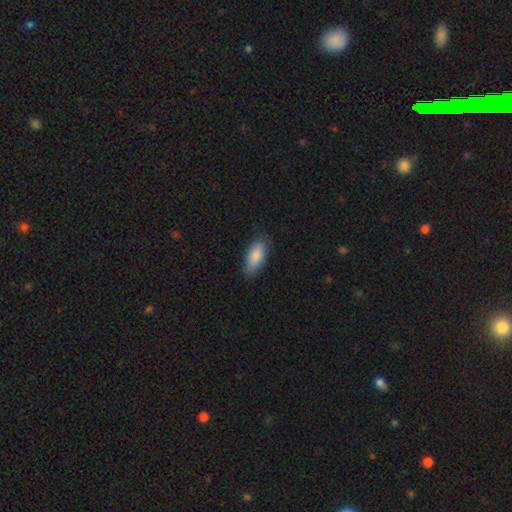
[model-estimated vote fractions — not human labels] Smooth or featured?
  - smooth: 85% *
  - featured or disk: 9%
  - star or artifact: 6%
How rounded?
  - in between: 84% *
  - cigar-shaped: 13%
  - round: 2%
Merging?
  - none: 81% *
  - minor disturbance: 15%
  - major disturbance: 3%
  - merger: 1%